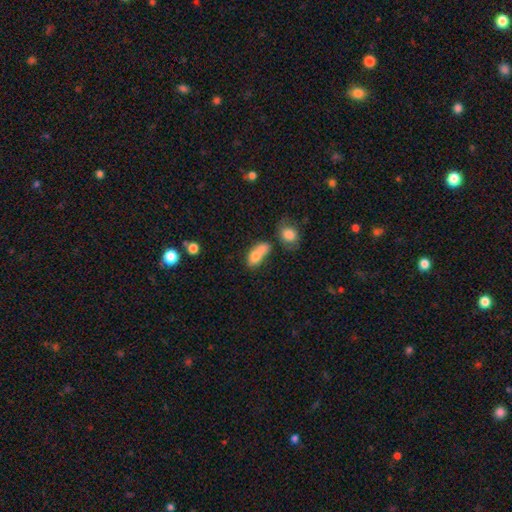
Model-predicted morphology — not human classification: smooth 75%, featured or disk 16%, star or artifact 9%. Down the decision tree: how rounded — in between (77%); merging — merger (57%).